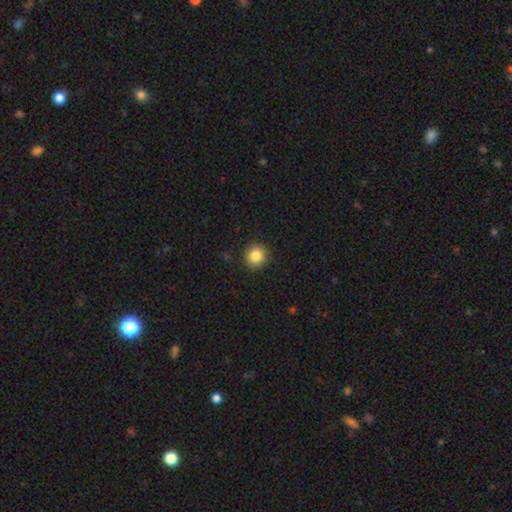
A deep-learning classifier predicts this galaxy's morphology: The model was most divided on "smooth or featured": smooth: 85%, star or artifact: 10%, featured or disk: 5%. More confident: how rounded — round (93%); merging — none (91%).